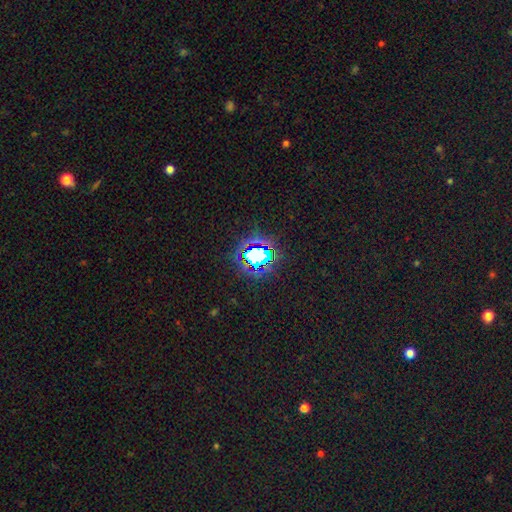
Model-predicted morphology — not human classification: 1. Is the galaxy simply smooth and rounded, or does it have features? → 67% star or artifact, 20% smooth, 12% featured or disk.